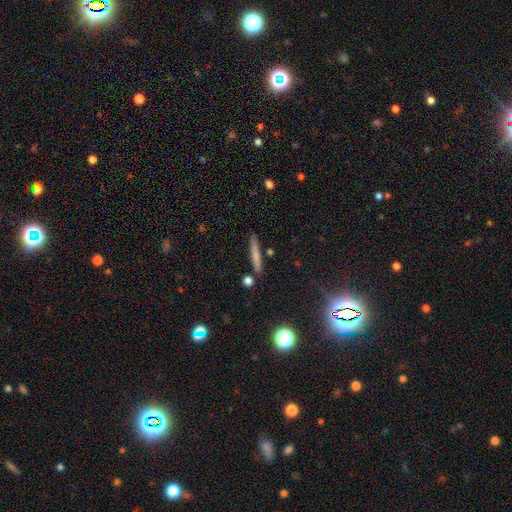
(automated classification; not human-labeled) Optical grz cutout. It shows a smooth galaxy with no disk features (70%) that is cigar-shaped (94%). Merging: none (85%).